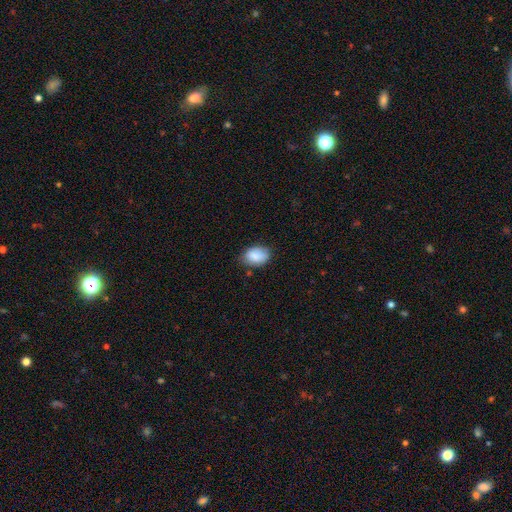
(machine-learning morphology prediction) smooth 86%, star or artifact 7%, featured or disk 7%. Down the decision tree: how rounded — in between (82%); merging — none (69%).